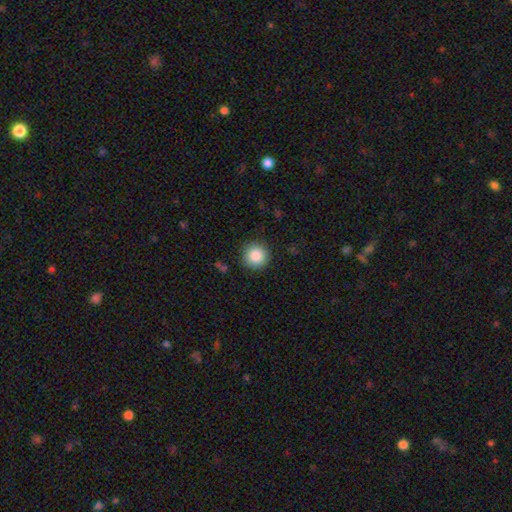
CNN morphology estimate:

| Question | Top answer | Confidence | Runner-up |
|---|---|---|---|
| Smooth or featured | smooth | 87% | star or artifact (9%) |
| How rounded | round | 95% | in between (4%) |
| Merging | none | 89% | minor disturbance (7%) |